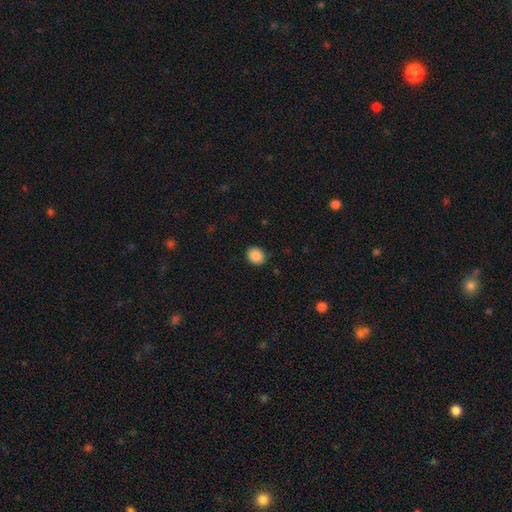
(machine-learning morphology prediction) type=smooth (89%); roundness=round (68%); merging=none (89%).